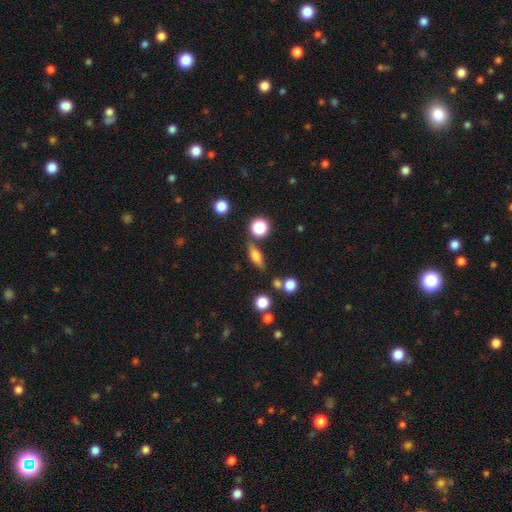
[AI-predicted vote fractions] Overall: smooth (58%; featured or disk 32%). How rounded: in between (48%; cigar-shaped 39%). Merging: none (74%).